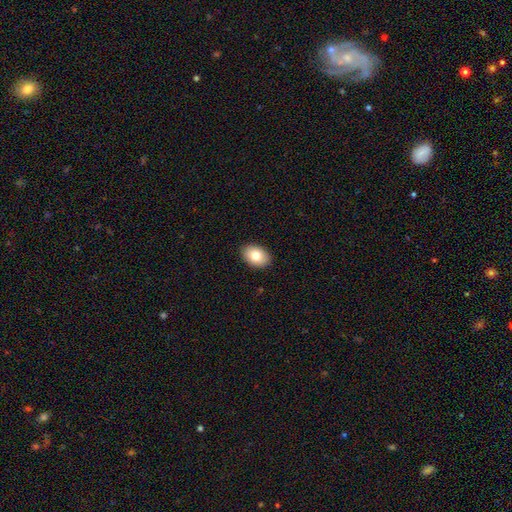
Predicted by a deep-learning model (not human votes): Overall: smooth (80%). How rounded: in between (82%). Merging: none (90%).